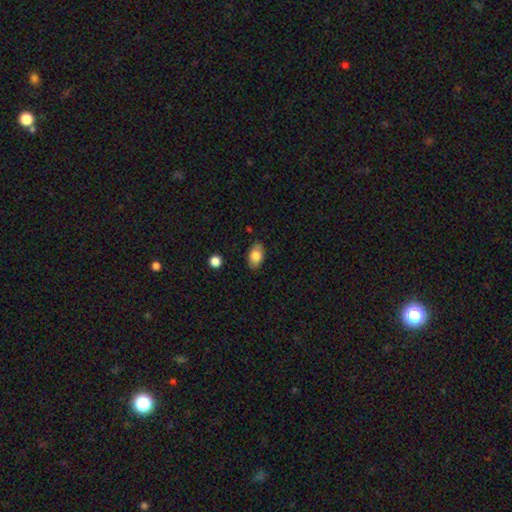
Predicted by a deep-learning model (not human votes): Morphology: type=smooth (79%); roundness=in between (91%); merging=none (84%).